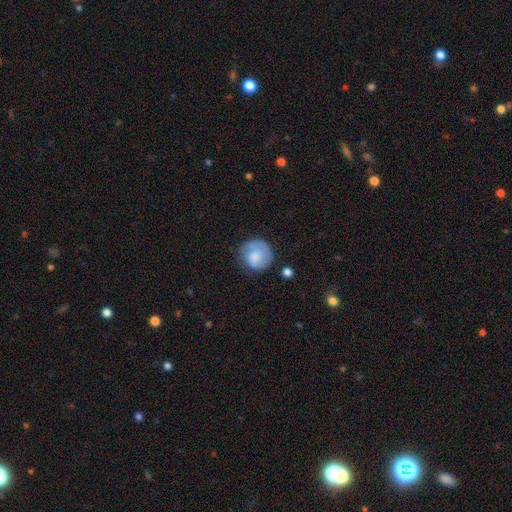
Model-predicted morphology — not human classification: Smooth or featured? smooth (69%)
How rounded? round (88%)
Merging? none (63%)